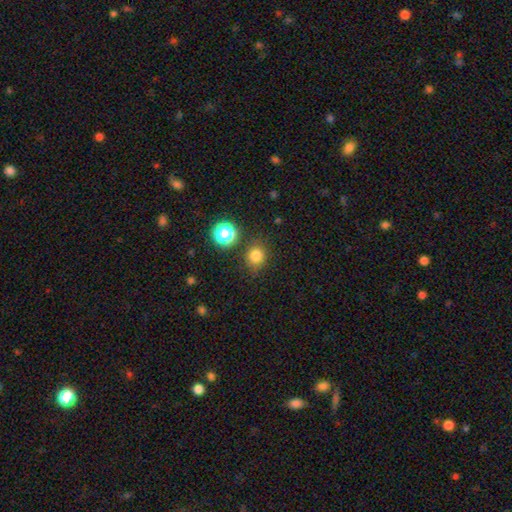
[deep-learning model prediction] A smooth galaxy with no disk features (79%) that is round (80%). Merging: none (82%).